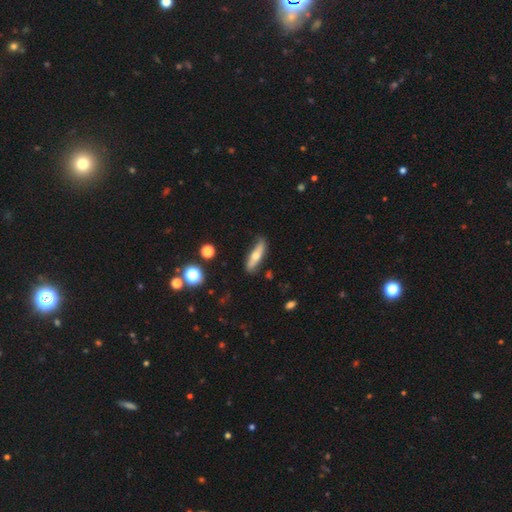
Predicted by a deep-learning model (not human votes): Smooth or featured? Predicted: smooth (p=0.51). How rounded? Predicted: cigar-shaped (p=0.68). Merging? Predicted: none (p=0.78).